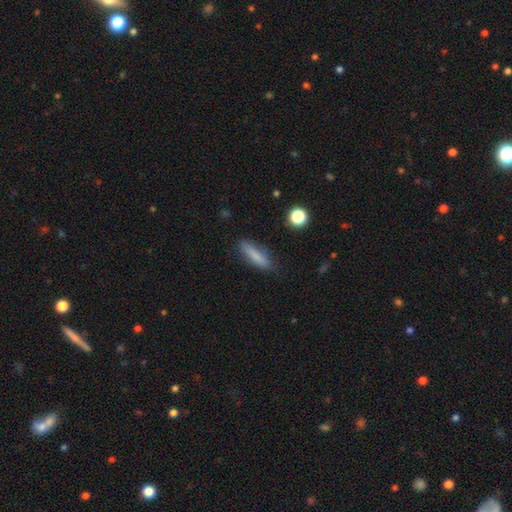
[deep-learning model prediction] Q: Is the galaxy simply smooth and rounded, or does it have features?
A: smooth — 79%.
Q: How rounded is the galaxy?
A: cigar-shaped — 78%.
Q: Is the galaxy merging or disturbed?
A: none — 81%.